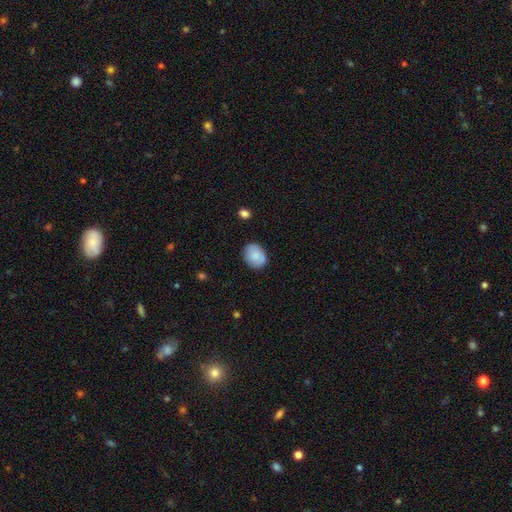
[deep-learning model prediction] smooth 82%, featured or disk 11%, star or artifact 7%. Down the decision tree: how rounded — in between (54%); merging — none (81%).